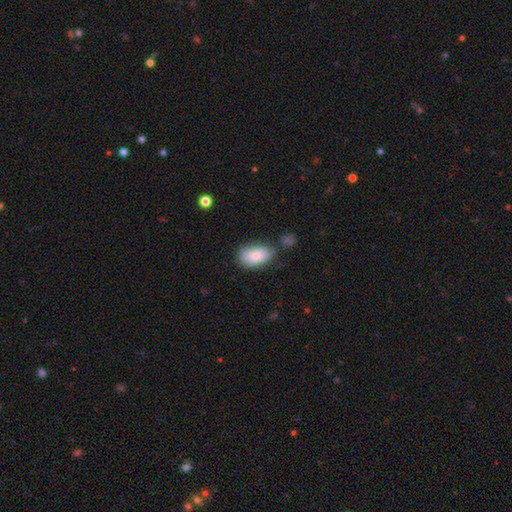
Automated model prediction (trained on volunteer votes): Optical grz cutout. It shows a smooth galaxy with no disk features (83%) that is in between round and cigar-shaped (92%). Merging: none (59%).